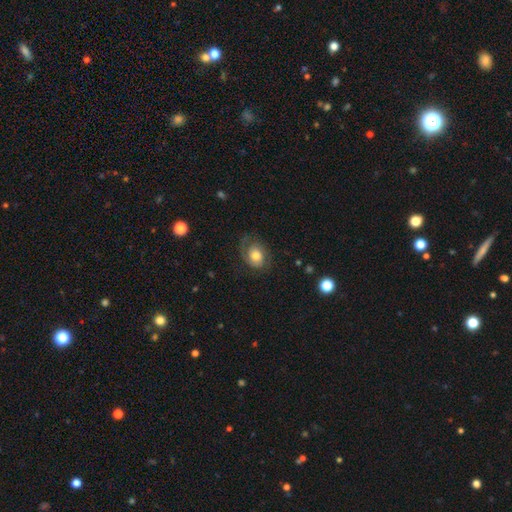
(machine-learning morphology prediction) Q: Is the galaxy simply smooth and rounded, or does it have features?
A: featured or disk — 51%.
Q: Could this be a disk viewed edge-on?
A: no — 96%.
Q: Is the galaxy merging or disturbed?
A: none — 64%.